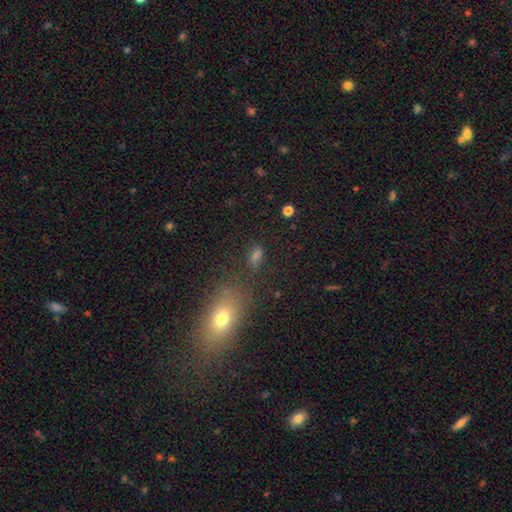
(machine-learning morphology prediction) Q: Smooth or featured?
A: smooth (63%); runner-up: star or artifact (25%)
Q: How rounded?
A: in between (74%); runner-up: round (17%)
Q: Merging?
A: none (68%); runner-up: minor disturbance (15%)